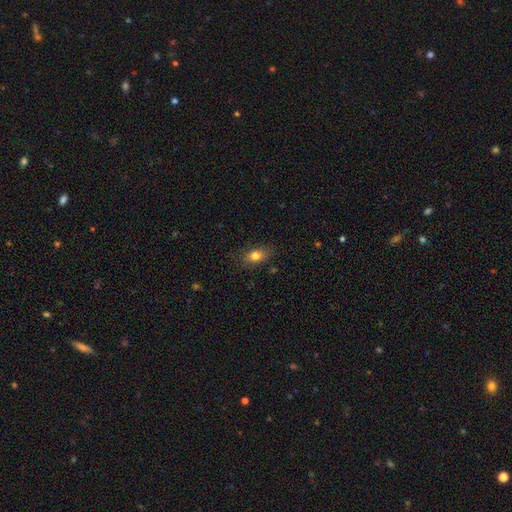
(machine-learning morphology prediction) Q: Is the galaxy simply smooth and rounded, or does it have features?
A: smooth — 80%.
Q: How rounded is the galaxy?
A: in between — 79%.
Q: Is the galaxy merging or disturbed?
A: none — 79%.